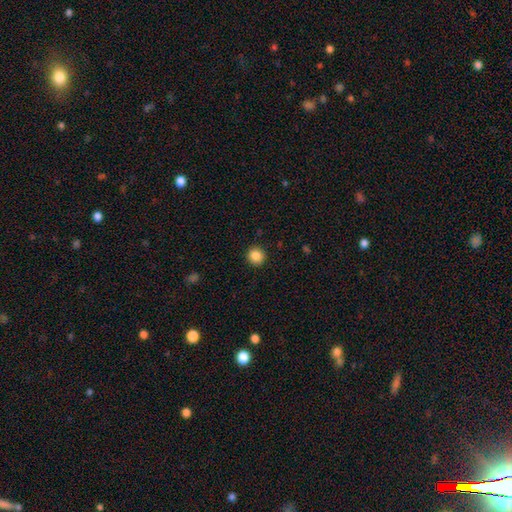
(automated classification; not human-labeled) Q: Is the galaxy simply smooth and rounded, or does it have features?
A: smooth — 86%.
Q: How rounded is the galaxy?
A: round — 92%.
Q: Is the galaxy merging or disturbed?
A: none — 92%.